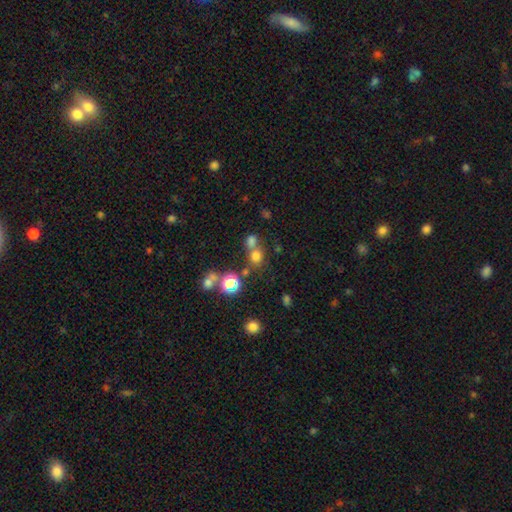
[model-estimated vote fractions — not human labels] smooth_or_featured: smooth (p=0.67) [alt: star or artifact p=0.24]
how_rounded: round (p=0.80) [alt: in between p=0.19]
merging: none (p=0.52) [alt: merger p=0.35]